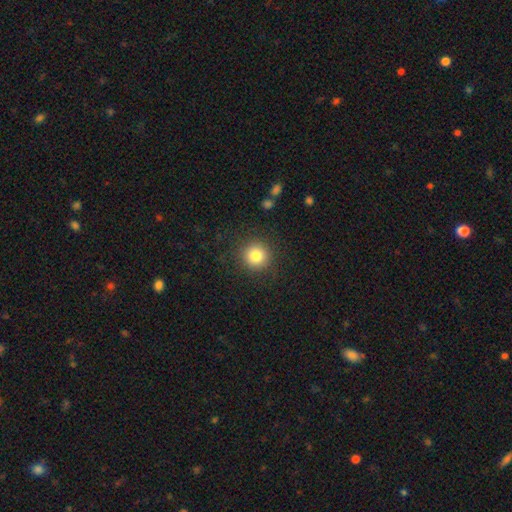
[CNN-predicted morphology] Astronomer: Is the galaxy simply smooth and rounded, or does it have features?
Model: smooth — 82%.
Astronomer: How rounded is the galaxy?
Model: round — 94%.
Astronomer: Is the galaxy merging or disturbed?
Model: none — 90%.